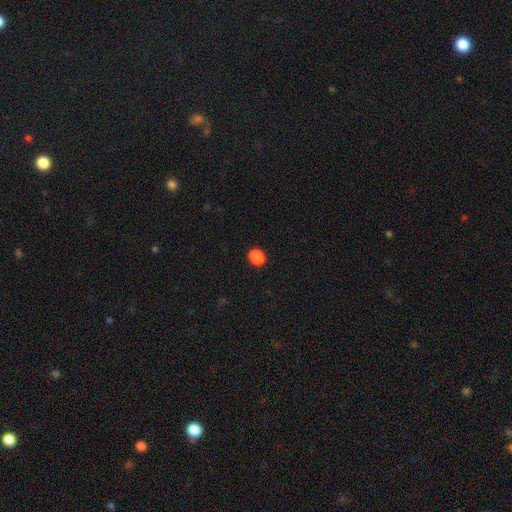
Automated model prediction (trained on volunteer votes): Overall: smooth (83%). How rounded: in between (69%). Merging: none (64%).